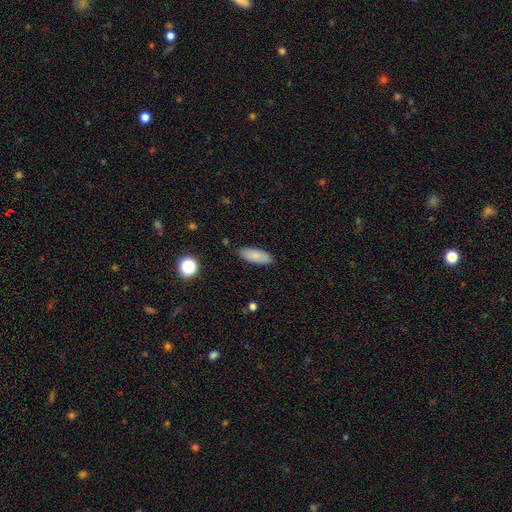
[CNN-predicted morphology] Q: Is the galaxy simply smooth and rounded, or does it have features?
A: smooth — 83%.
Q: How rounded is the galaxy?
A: in between — 71%.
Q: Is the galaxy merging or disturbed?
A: none — 86%.